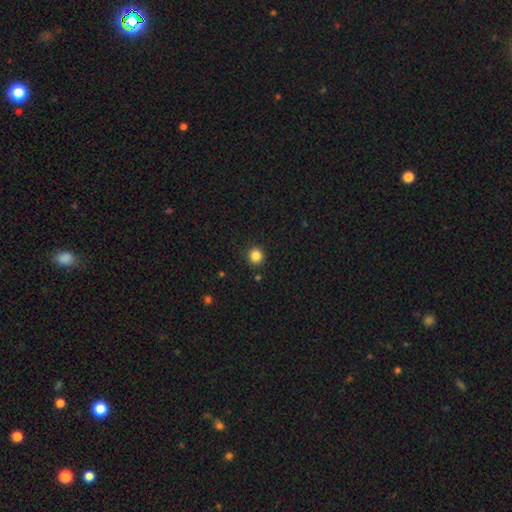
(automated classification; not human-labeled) Smooth or featured? smooth (84%)
How rounded? round (91%)
Merging? none (91%)